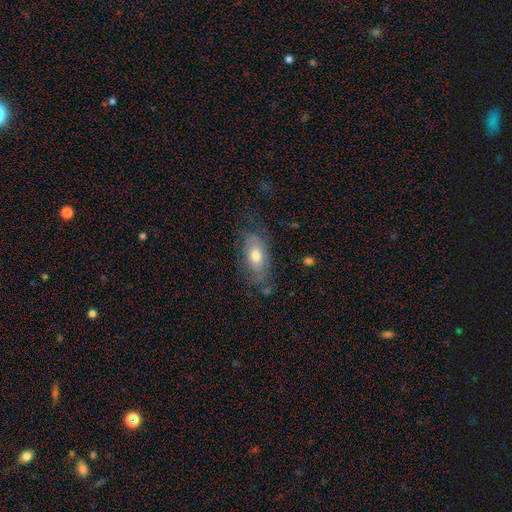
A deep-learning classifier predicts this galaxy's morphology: Overall: smooth (58%; featured or disk 35%). How rounded: in between (87%). Merging: none (61%; minor disturbance 25%).